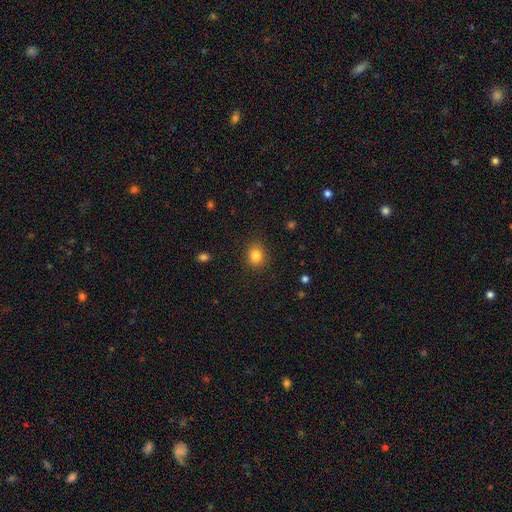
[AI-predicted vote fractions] A smooth galaxy with no disk features (83%) that is round (68%).

Vote fractions:
- Smooth or featured? smooth: 83% / star or artifact: 11% / featured or disk: 6%
- How rounded? round: 68% / in between: 31% / cigar-shaped: 1%
- Merging? none: 87% / minor disturbance: 10% / major disturbance: 3% / merger: 1%